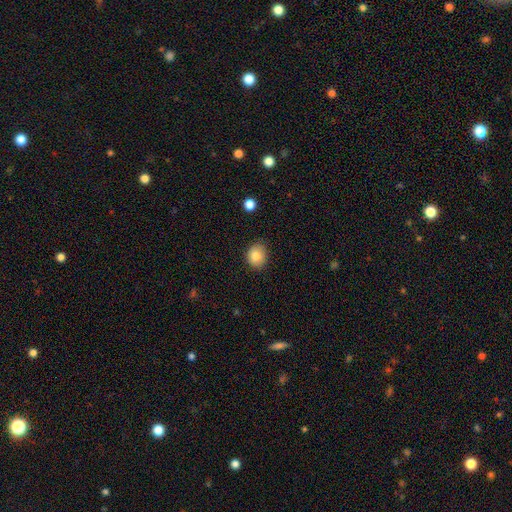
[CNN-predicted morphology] The model was most divided on "how rounded": round: 66%, in between: 33%, cigar-shaped: 1%. More confident: merging — none (82%); smooth or featured — smooth (82%).